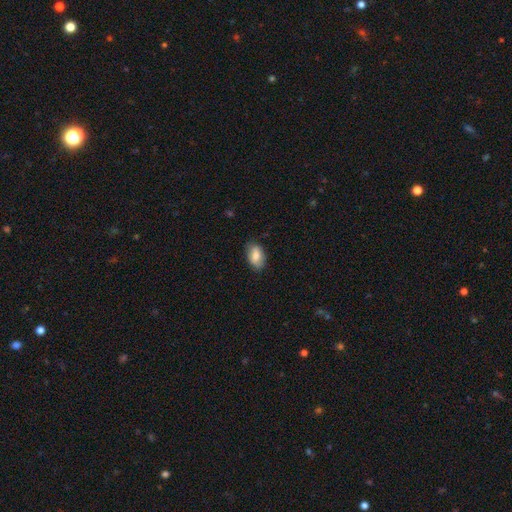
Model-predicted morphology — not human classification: A smooth galaxy with no disk features (75%) that is in between round and cigar-shaped (91%).

Vote fractions:
- Smooth or featured? smooth: 75% / featured or disk: 18% / star or artifact: 7%
- How rounded? in between: 91% / round: 7% / cigar-shaped: 2%
- Merging? none: 76% / minor disturbance: 19% / major disturbance: 4% / merger: 1%